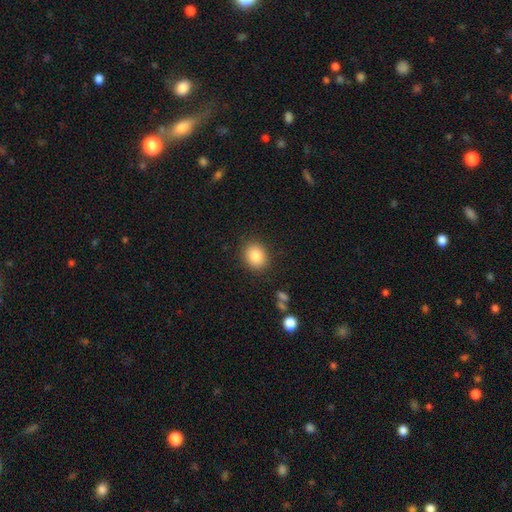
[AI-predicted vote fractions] The model was most divided on "how rounded": round: 62%, in between: 37%, cigar-shaped: 1%. More confident: merging — none (87%); smooth or featured — smooth (85%).